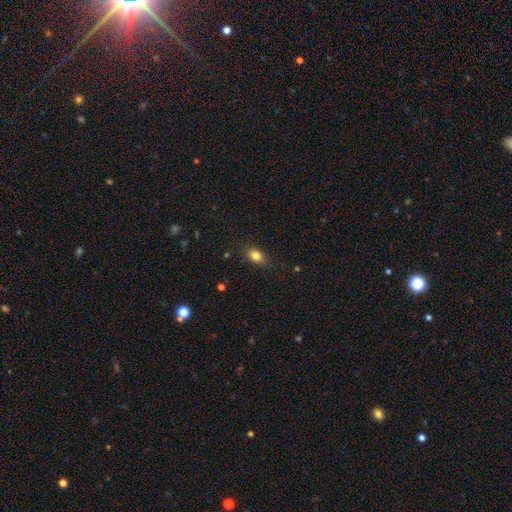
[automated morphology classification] Q: Smooth or featured?
A: smooth (82%); runner-up: star or artifact (10%)
Q: How rounded?
A: in between (78%); runner-up: round (19%)
Q: Merging?
A: none (83%); runner-up: minor disturbance (13%)